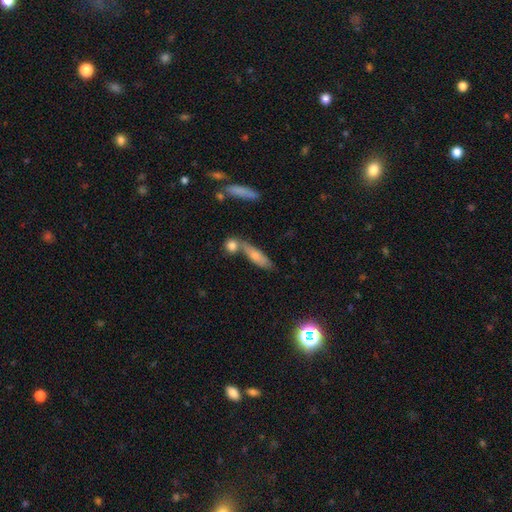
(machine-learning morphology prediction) Smooth or featured?
  - smooth: 68% *
  - featured or disk: 25%
  - star or artifact: 7%
How rounded?
  - cigar-shaped: 56% *
  - in between: 41%
  - round: 4%
Merging?
  - none: 47% *
  - merger: 34%
  - minor disturbance: 14%
  - major disturbance: 6%